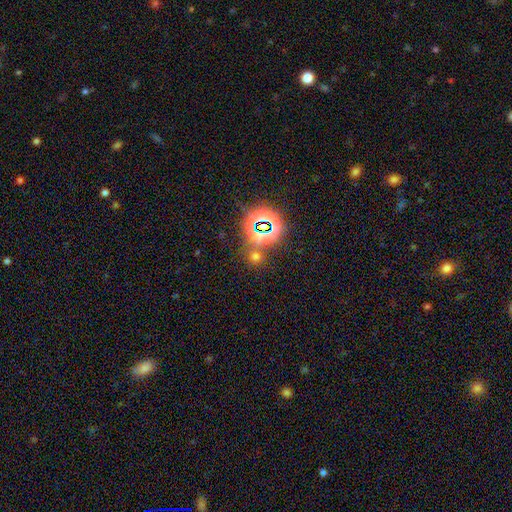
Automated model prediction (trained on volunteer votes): Q: Smooth or featured?
A: star or artifact (50%); runner-up: smooth (43%)